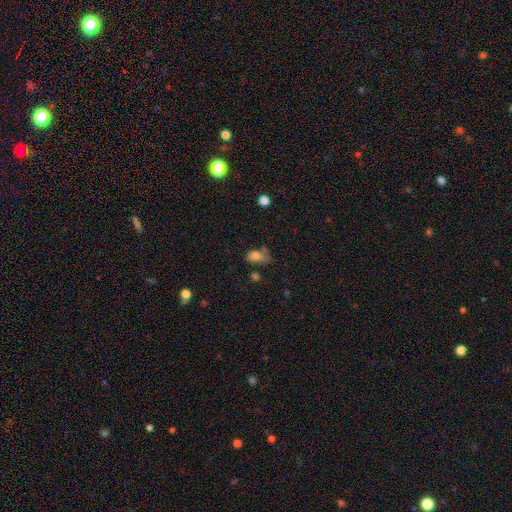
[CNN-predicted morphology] Overall: smooth (72%). How rounded: in between (83%). Merging: none (34%; minor disturbance 31%).